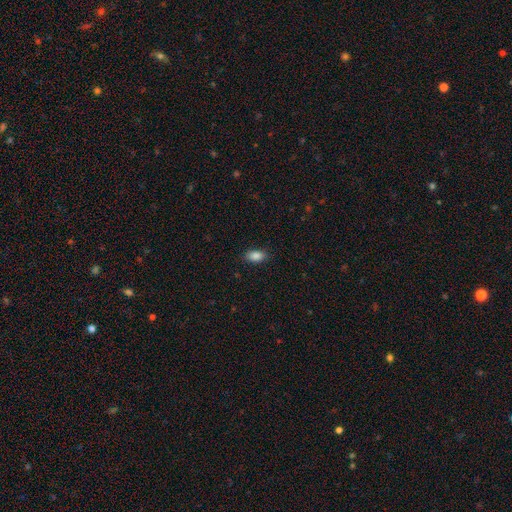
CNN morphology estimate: Overall: smooth (87%). How rounded: in between (91%). Merging: none (87%).